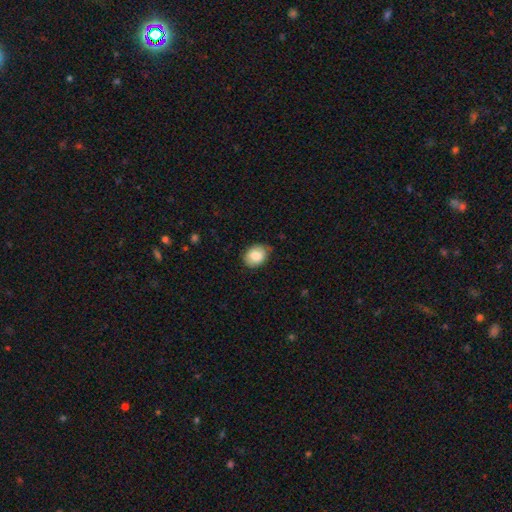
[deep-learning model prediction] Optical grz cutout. It shows a smooth galaxy with no disk features (83%) that is in between round and cigar-shaped (63%). Merging: none (77%).